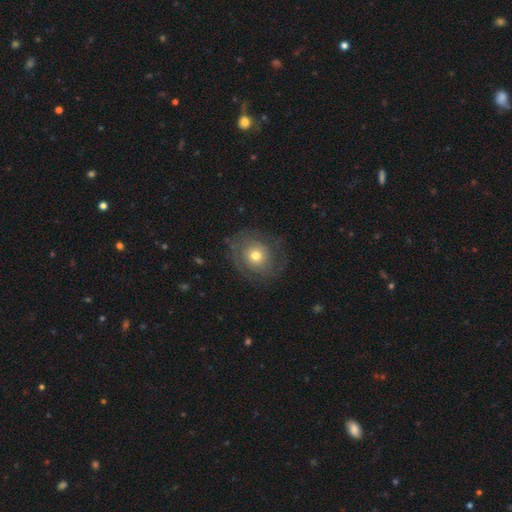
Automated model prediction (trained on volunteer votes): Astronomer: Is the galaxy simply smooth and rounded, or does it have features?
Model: smooth — 46% (runner-up: featured or disk, 45%).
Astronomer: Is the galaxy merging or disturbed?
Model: none — 69%.